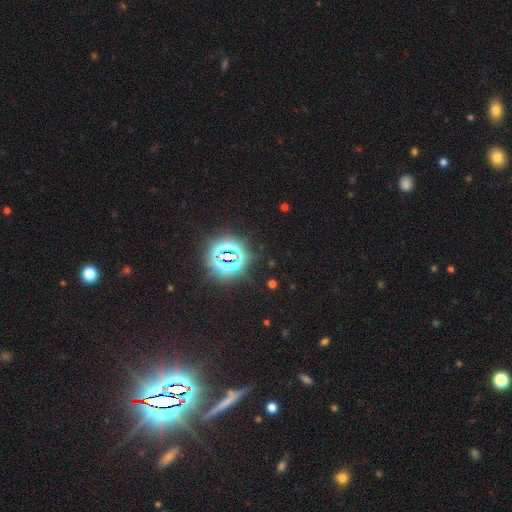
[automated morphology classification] type=star or artifact (84%).